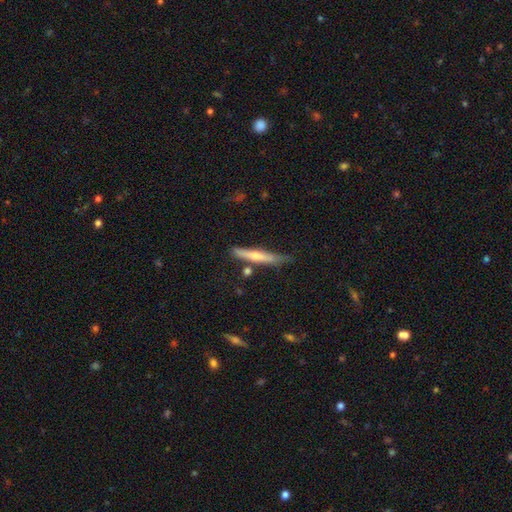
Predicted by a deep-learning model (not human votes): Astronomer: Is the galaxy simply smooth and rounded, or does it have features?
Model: featured or disk — 49% (runner-up: smooth, 45%).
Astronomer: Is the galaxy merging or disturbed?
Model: none — 71%.